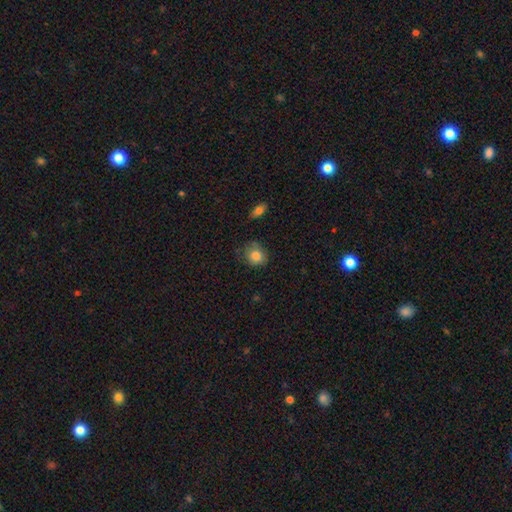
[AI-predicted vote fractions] smooth-or-featured: smooth: 83% | featured or disk: 9% | star or artifact: 8%
  how-rounded: round: 76% | in between: 23% | cigar-shaped: 1%
  merging: none: 70% | minor disturbance: 23% | major disturbance: 5% | merger: 2%